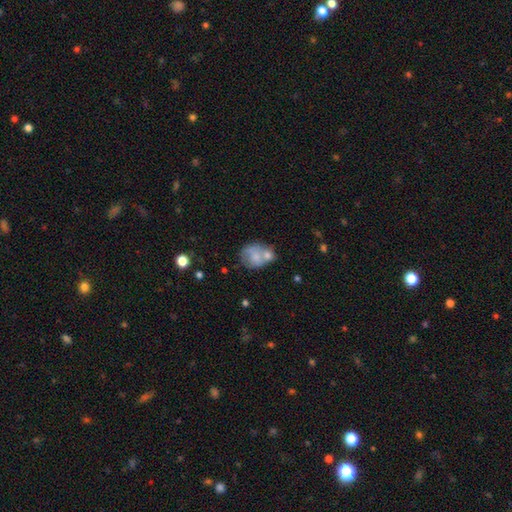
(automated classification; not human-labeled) Morphology: type=smooth (66%); roundness=round (53%); merging=merger (44%).